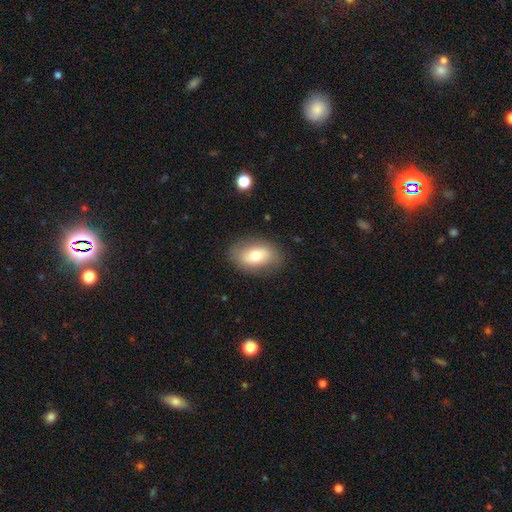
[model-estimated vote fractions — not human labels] This appears to be a smooth galaxy with no disk features (68%) that is in between round and cigar-shaped (87%). Merging: none (83%).